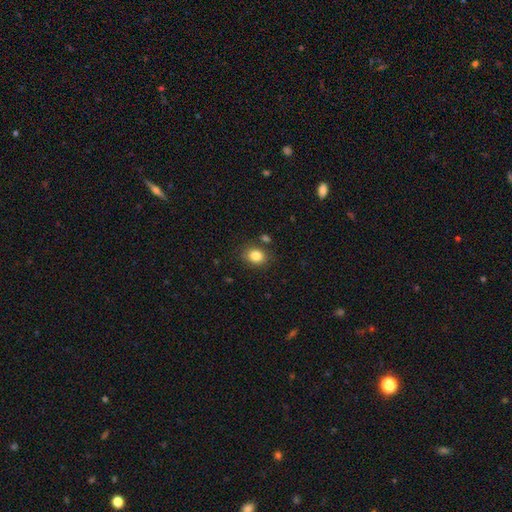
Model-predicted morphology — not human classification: A smooth galaxy with no disk features (85%) that is round (50%).

Vote fractions:
- Smooth or featured? smooth: 85% / star or artifact: 10% / featured or disk: 6%
- How rounded? round: 50% / in between: 49% / cigar-shaped: 1%
- Merging? none: 80% / minor disturbance: 12% / merger: 5% / major disturbance: 3%